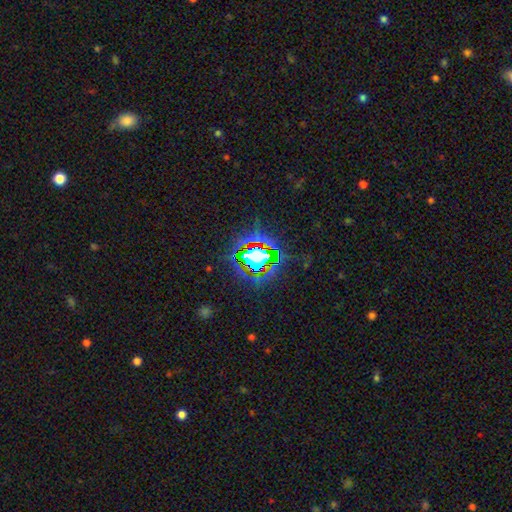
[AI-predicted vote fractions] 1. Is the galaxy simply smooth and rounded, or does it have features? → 67% star or artifact, 19% smooth, 14% featured or disk.